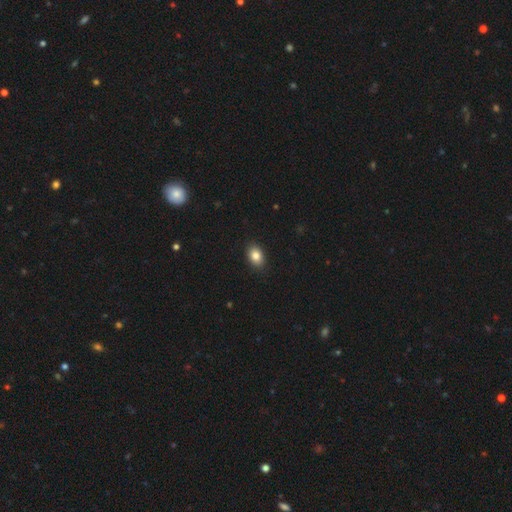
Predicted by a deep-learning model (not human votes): Smooth or featured: smooth — 84% (star or artifact — 9%)
How rounded: in between — 78% (round — 21%)
Merging: none — 89% (minor disturbance — 8%)